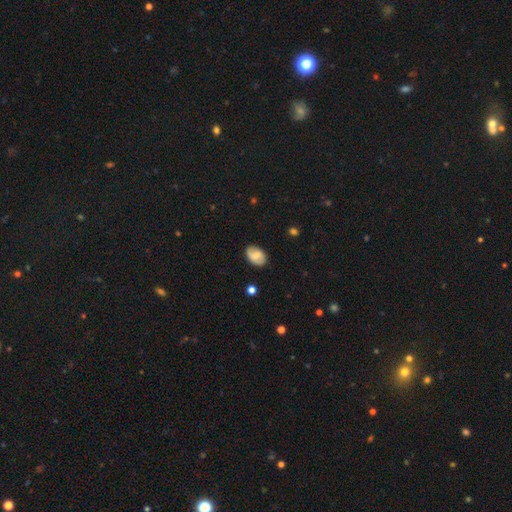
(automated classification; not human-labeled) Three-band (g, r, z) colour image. It shows a smooth galaxy with no disk features (61%) that is in between round and cigar-shaped (83%). Merging: none (81%).